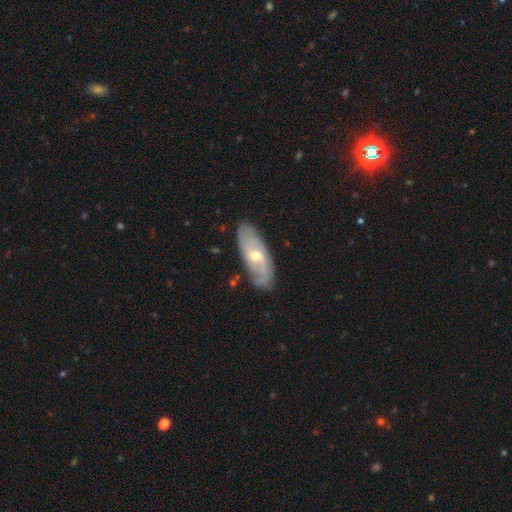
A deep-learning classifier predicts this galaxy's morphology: Q: Smooth or featured?
A: featured or disk (73%); runner-up: smooth (20%)
Q: Edge-on disk?
A: no (85%); runner-up: yes (15%)
Q: Bar?
A: no (52%); runner-up: weak (40%)
Q: Spiral arms?
A: yes (87%); runner-up: no (13%)
Q: Spiral winding?
A: medium (39%); runner-up: tight (37%)
Q: Spiral arm count?
A: 2 (51%); runner-up: can't tell (31%)
Q: Bulge size?
A: moderate (52%); runner-up: small (44%)
Q: Merging?
A: none (81%); runner-up: minor disturbance (14%)